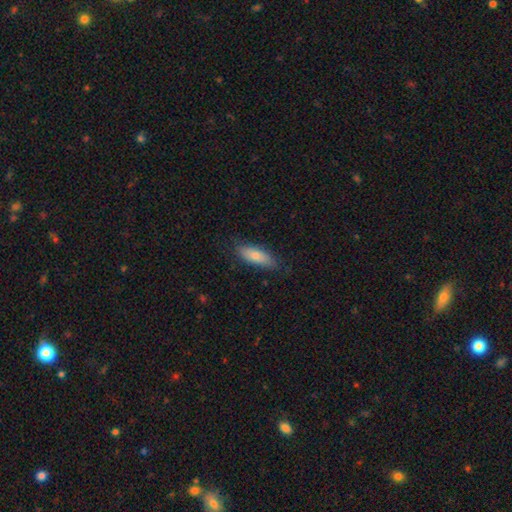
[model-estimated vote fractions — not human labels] A smooth galaxy with no disk features (76%) that is in between round and cigar-shaped (64%). Merging: none (81%).